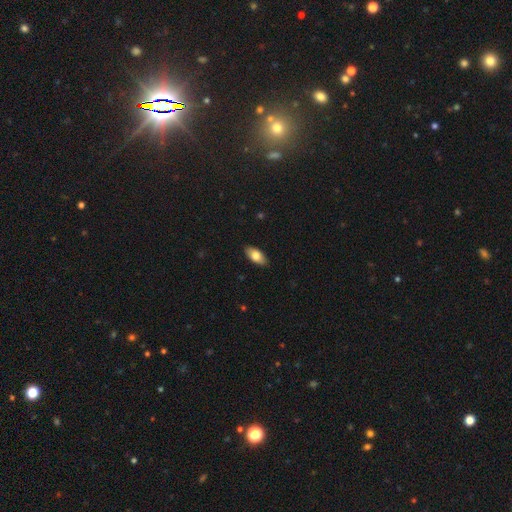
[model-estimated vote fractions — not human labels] This appears to be a smooth galaxy with no disk features (79%) that is in between round and cigar-shaped (89%). Merging: none (88%).